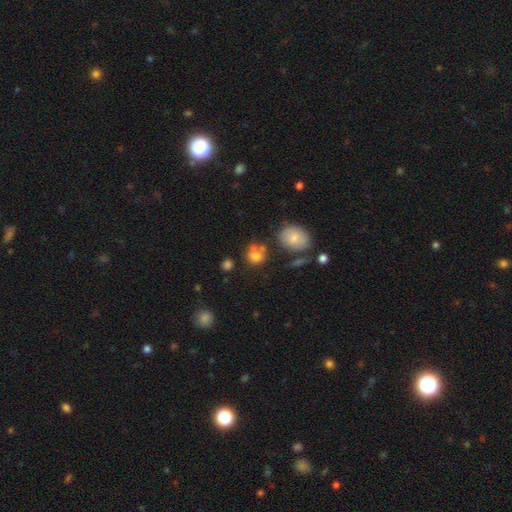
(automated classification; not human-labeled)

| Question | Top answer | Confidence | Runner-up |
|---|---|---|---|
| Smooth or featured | smooth | 75% | star or artifact (13%) |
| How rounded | round | 67% | in between (31%) |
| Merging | none | 49% | merger (25%) |